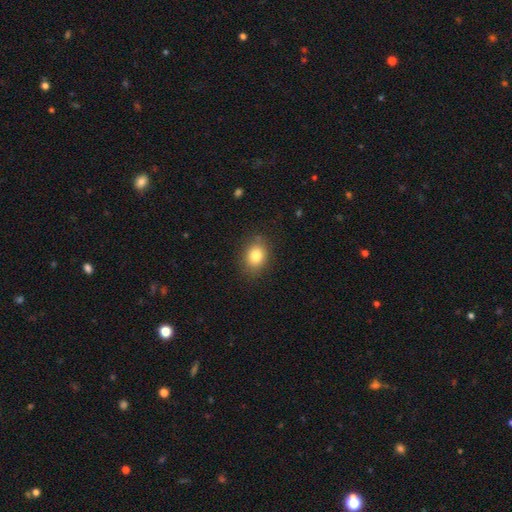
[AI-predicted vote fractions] This appears to be a smooth galaxy with no disk features (82%) that is in between round and cigar-shaped (53%). Merging: none (84%).